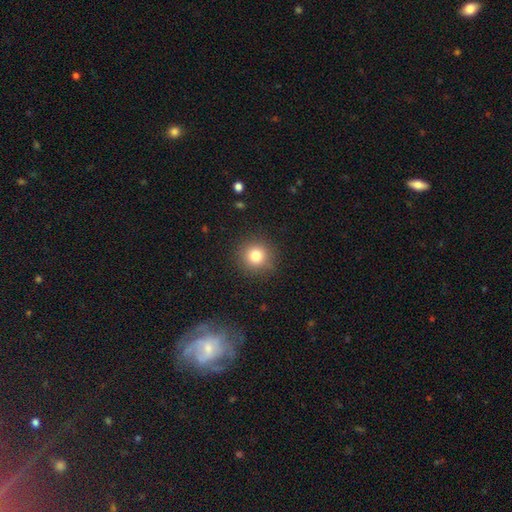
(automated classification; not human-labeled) A smooth galaxy with no disk features (81%) that is round (93%).

Vote fractions:
- Smooth or featured? smooth: 81% / star or artifact: 12% / featured or disk: 7%
- How rounded? round: 93% / in between: 6% / cigar-shaped: 1%
- Merging? none: 90% / minor disturbance: 7% / major disturbance: 3% / merger: 1%